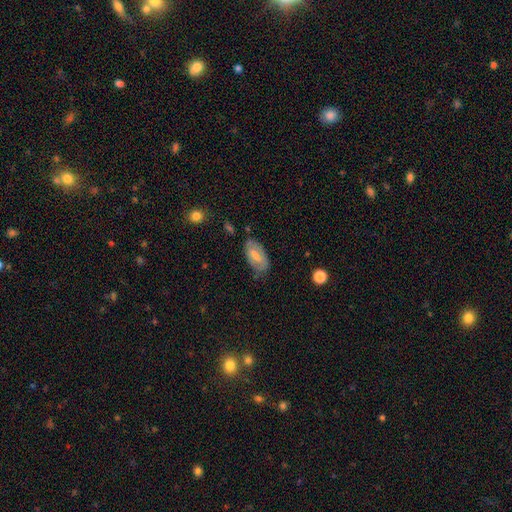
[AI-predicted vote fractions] Q: Smooth or featured?
A: smooth (52%); runner-up: featured or disk (41%)
Q: How rounded?
A: in between (92%); runner-up: cigar-shaped (4%)
Q: Merging?
A: none (70%); runner-up: minor disturbance (22%)